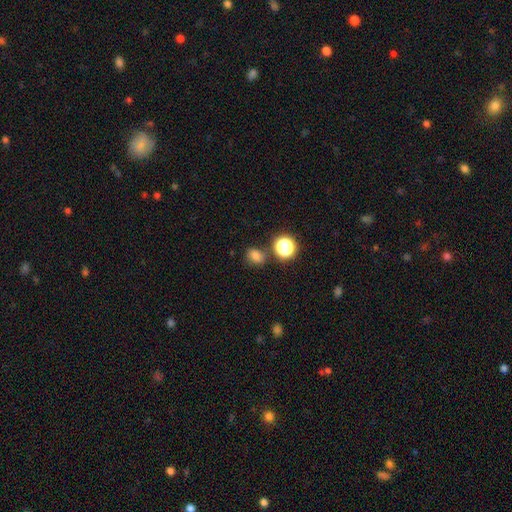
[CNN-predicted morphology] smooth_or_featured: smooth (p=0.76) [alt: star or artifact p=0.18]
how_rounded: round (p=0.54) [alt: in between p=0.45]
merging: none (p=0.74) [alt: minor disturbance p=0.13]